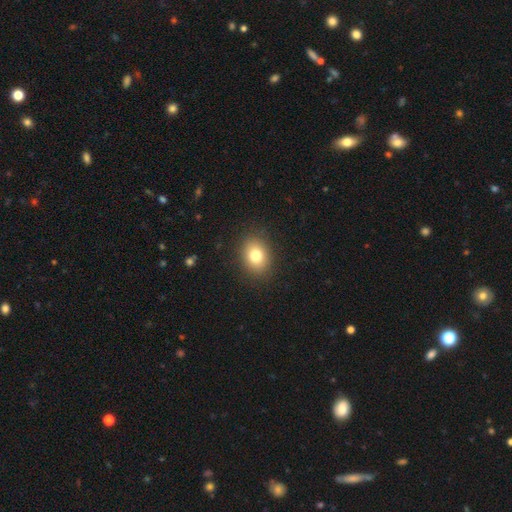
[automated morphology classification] This is likely a smooth galaxy (80%). How rounded: possibly in between (56%). Merging: clearly none (88%).